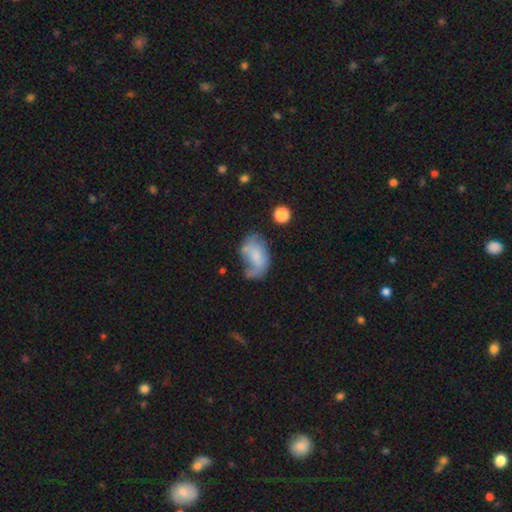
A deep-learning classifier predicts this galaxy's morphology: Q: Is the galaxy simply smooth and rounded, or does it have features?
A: smooth — 47%.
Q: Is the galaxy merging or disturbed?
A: none — 34%.